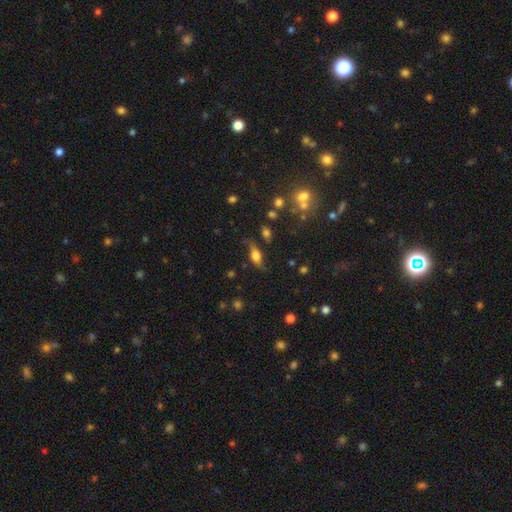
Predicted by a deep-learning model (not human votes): This is possibly a smooth galaxy (49%). Merging: likely none (67%).